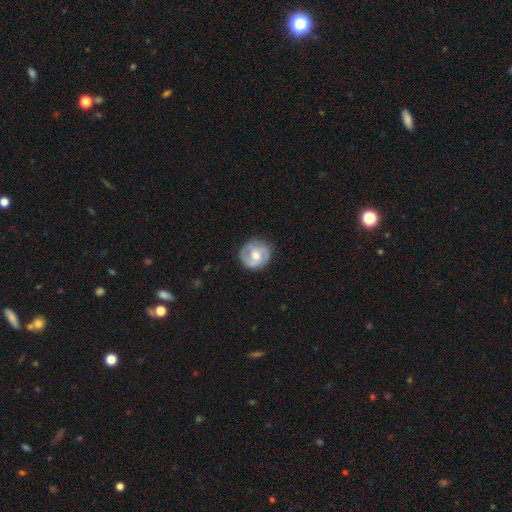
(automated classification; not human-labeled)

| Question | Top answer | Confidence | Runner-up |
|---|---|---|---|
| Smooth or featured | featured or disk | 66% | smooth (28%) |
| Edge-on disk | no | 98% | yes (2%) |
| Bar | no | 50% | weak (40%) |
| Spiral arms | yes | 85% | no (15%) |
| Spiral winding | tight | 45% | medium (41%) |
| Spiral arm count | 2 | 71% | can't tell (13%) |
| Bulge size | moderate | 69% | small (17%) |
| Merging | none | 81% | minor disturbance (14%) |